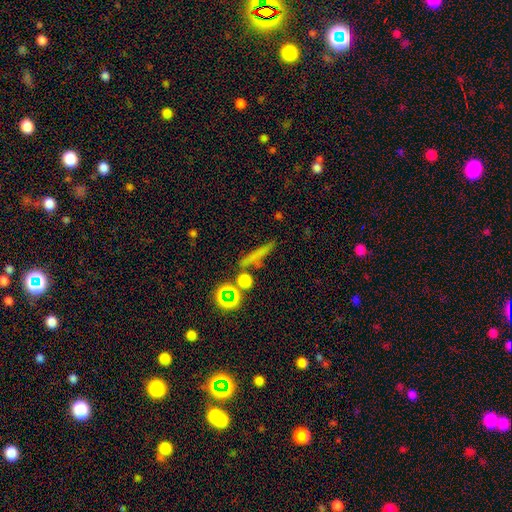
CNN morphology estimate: A smooth galaxy with no disk features (55%) that is cigar-shaped (79%).

Vote fractions:
- Smooth or featured? smooth: 55% / star or artifact: 23% / featured or disk: 22%
- How rounded? cigar-shaped: 79% / round: 13% / in between: 8%
- Merging? none: 73% / minor disturbance: 12% / merger: 11% / major disturbance: 5%